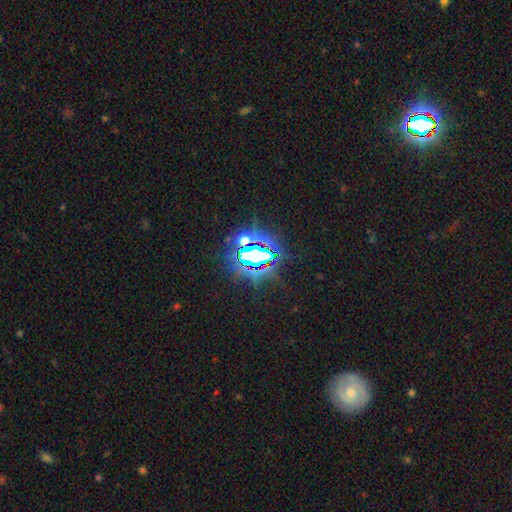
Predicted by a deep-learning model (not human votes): Smooth or featured?
  - star or artifact: 79% *
  - smooth: 11%
  - featured or disk: 10%